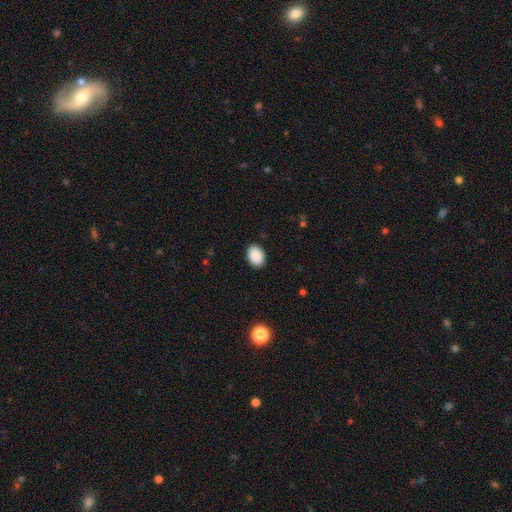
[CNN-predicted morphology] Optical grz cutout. It shows a smooth galaxy with no disk features (90%) that is in between round and cigar-shaped (80%). Merging: none (89%).